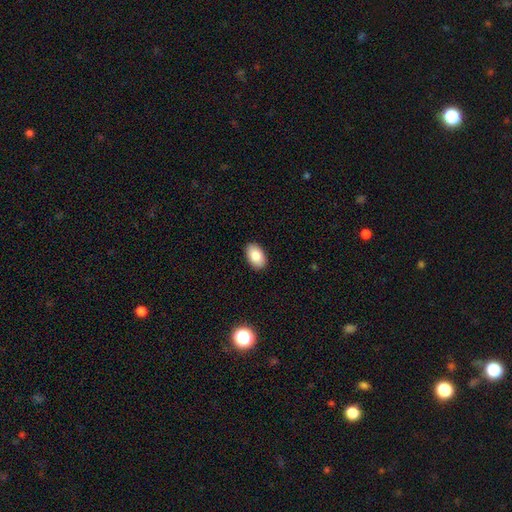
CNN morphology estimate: Smooth or featured?
  - smooth: 86% *
  - star or artifact: 7%
  - featured or disk: 6%
How rounded?
  - in between: 92% *
  - round: 7%
  - cigar-shaped: 1%
Merging?
  - none: 90% *
  - minor disturbance: 8%
  - major disturbance: 2%
  - merger: 1%